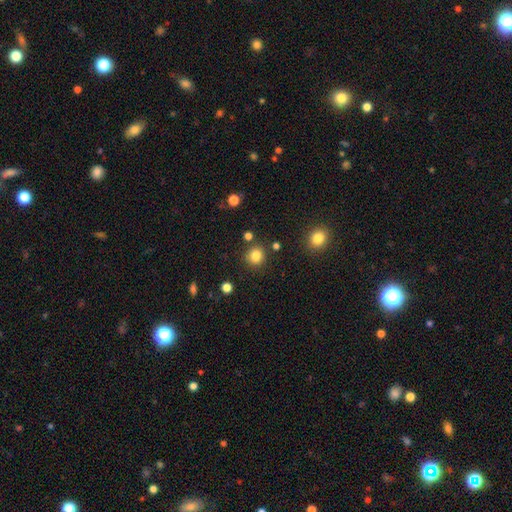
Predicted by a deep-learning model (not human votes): This is clearly a smooth galaxy (84%). How rounded: clearly round (90%). Merging: clearly none (86%).